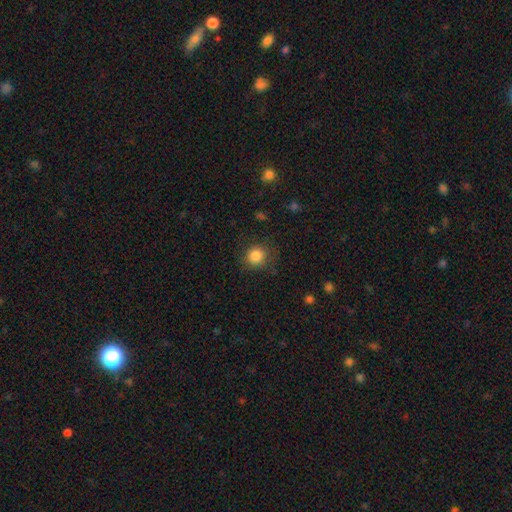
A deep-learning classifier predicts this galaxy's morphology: Smooth or featured?
  - smooth: 85% *
  - star or artifact: 10%
  - featured or disk: 5%
How rounded?
  - round: 87% *
  - in between: 12%
  - cigar-shaped: 1%
Merging?
  - none: 83% *
  - minor disturbance: 12%
  - major disturbance: 4%
  - merger: 1%